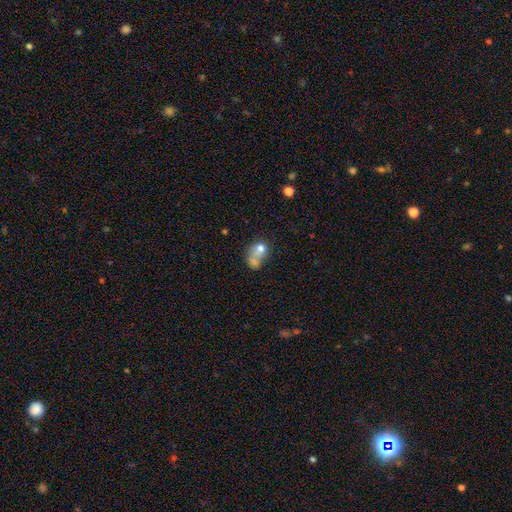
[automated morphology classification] type=smooth (68%); roundness=round (51%); merging=merger (59%).